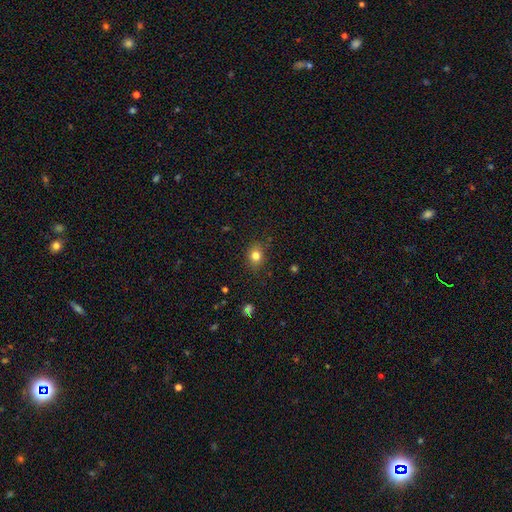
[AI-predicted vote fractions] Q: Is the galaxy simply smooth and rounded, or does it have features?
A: smooth — 80%.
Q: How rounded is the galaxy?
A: round — 59%.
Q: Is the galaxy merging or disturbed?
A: none — 83%.